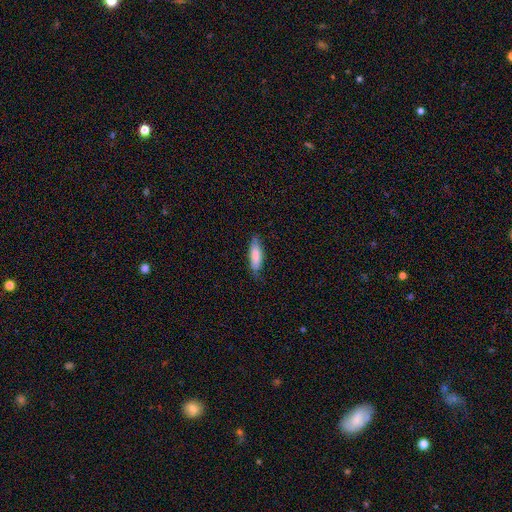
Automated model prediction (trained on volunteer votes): This appears to be a smooth galaxy with no disk features (82%) that is cigar-shaped (53%). Merging: none (76%).